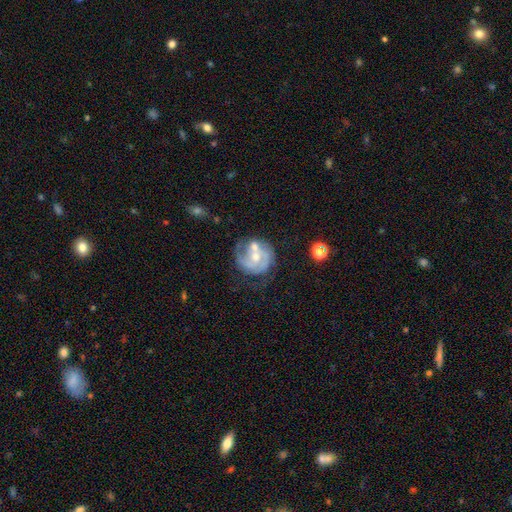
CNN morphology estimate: Smooth or featured: featured or disk — 77% (smooth — 17%)
Edge-on disk: no — 98% (yes — 2%)
Bar: no — 60% (weak — 33%)
Spiral arms: yes — 84% (no — 16%)
Spiral winding: tight — 44% (medium — 40%)
Spiral arm count: 2 — 50% (can't tell — 21%)
Bulge size: moderate — 54% (small — 38%)
Merging: none — 45% (minor disturbance — 20%)